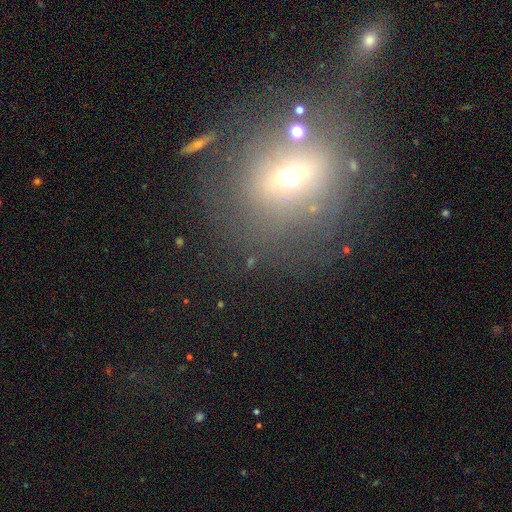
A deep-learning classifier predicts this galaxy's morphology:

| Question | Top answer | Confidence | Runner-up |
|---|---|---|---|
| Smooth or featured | smooth | 42% | star or artifact (30%) |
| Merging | none | 70% | minor disturbance (14%) |